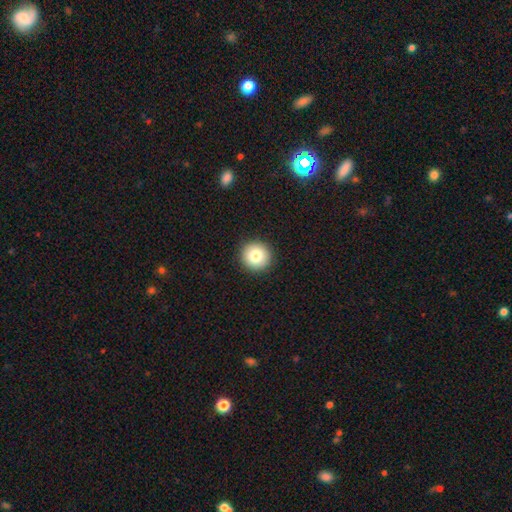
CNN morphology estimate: smooth 80%, star or artifact 10%, featured or disk 10%. Down the decision tree: how rounded — round (95%); merging — none (93%).